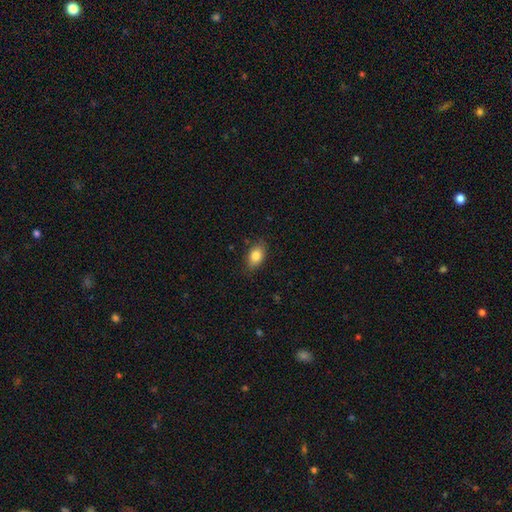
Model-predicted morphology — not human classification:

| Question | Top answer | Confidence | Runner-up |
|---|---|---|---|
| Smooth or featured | smooth | 83% | featured or disk (10%) |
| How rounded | in between | 88% | round (10%) |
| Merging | none | 82% | minor disturbance (14%) |